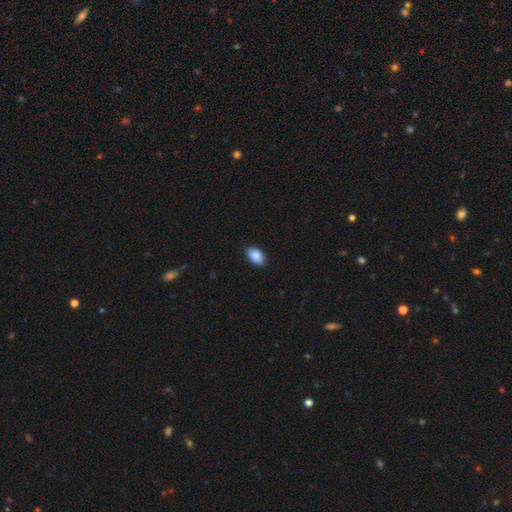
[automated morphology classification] This is clearly a smooth galaxy (89%). How rounded: clearly in between (93%). Merging: clearly none (88%).